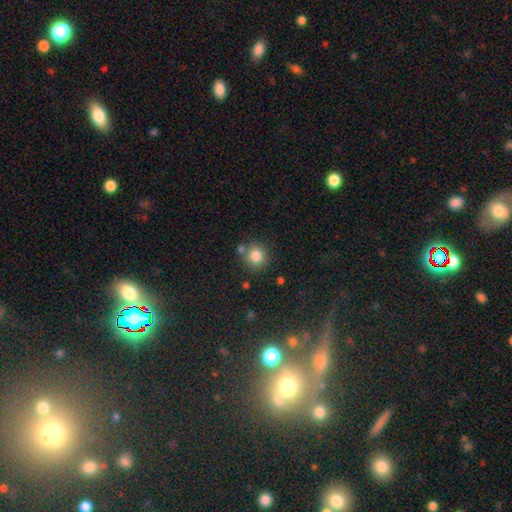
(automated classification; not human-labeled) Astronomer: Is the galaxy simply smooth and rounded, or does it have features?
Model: smooth — 83%.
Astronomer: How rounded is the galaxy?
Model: round — 90%.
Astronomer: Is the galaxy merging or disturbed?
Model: none — 73%.